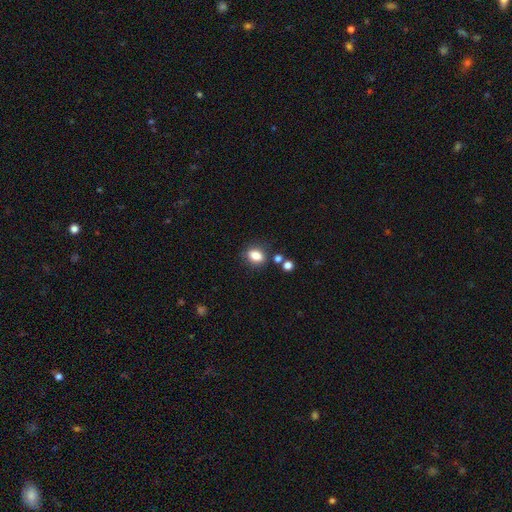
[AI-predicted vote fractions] Smooth or featured? smooth (83%)
How rounded? in between (74%)
Merging? none (77%)